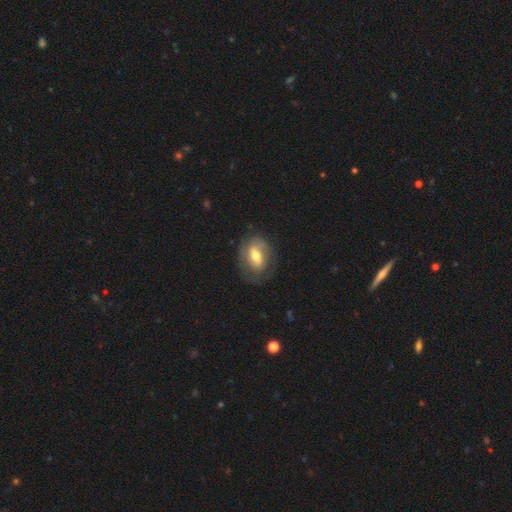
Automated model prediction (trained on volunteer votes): This is possibly a featured or disk galaxy (53%). It is clearly not viewed edge-on (91%). Merging: likely none (67%).